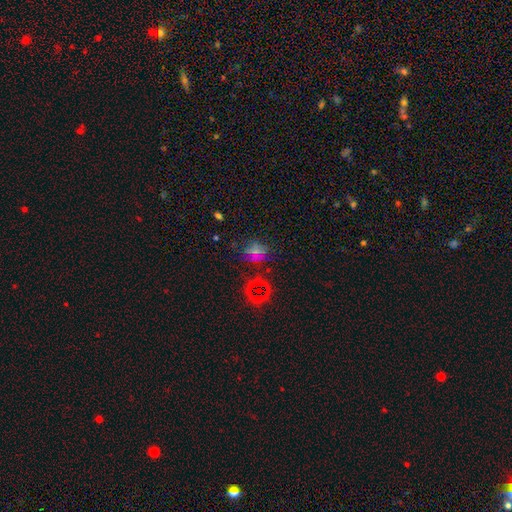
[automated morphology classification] Q: Smooth or featured?
A: star or artifact (46%); runner-up: smooth (44%)